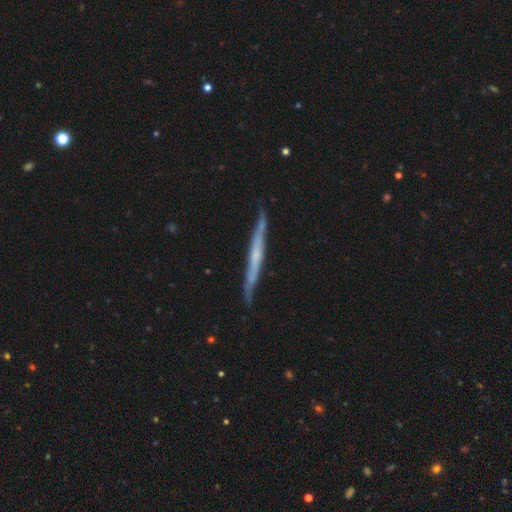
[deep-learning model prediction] smooth-or-featured: featured or disk: 65% | smooth: 29% | star or artifact: 6%
  disk-edge-on: yes: 95% | no: 5%
    edge-on-bulge: none: 70% | rounded: 21% | boxy: 9%
  merging: none: 83% | minor disturbance: 13% | major disturbance: 2% | merger: 1%